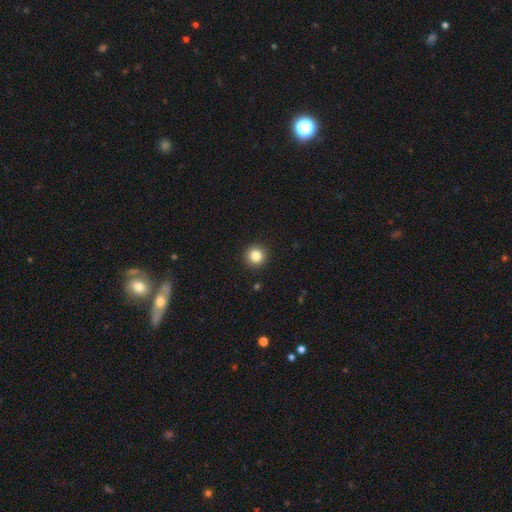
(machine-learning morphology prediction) Q: Smooth or featured?
A: smooth (84%); runner-up: star or artifact (11%)
Q: How rounded?
A: round (94%); runner-up: in between (5%)
Q: Merging?
A: none (93%); runner-up: minor disturbance (5%)